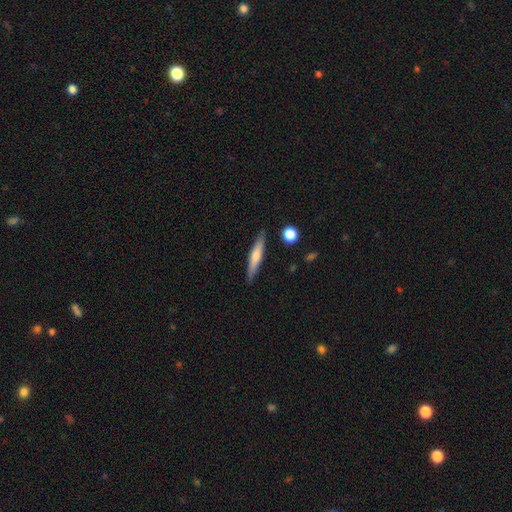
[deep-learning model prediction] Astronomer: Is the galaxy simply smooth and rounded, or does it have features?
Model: smooth — 54% (runner-up: featured or disk, 40%).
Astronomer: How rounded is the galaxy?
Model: cigar-shaped — 91%.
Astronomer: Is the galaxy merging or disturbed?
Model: none — 88%.